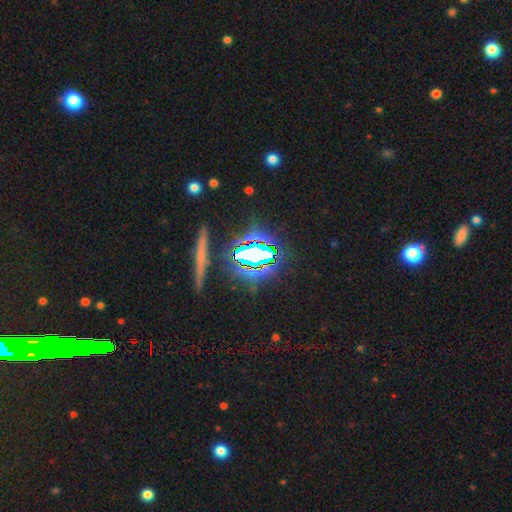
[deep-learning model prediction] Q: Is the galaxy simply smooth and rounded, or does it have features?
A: star or artifact — 70%.